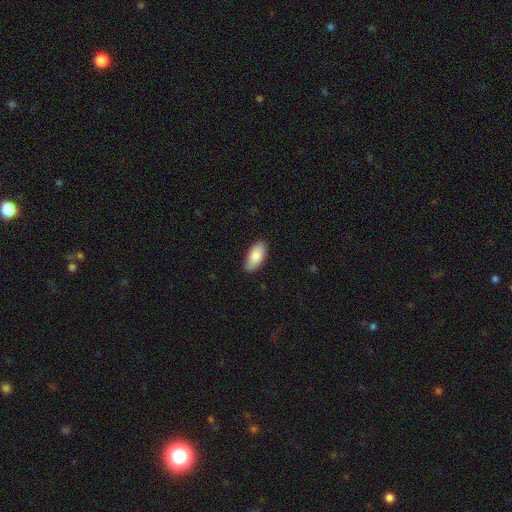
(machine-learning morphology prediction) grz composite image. It shows a smooth galaxy with no disk features (82%) that is in between round and cigar-shaped (92%). Merging: none (85%).